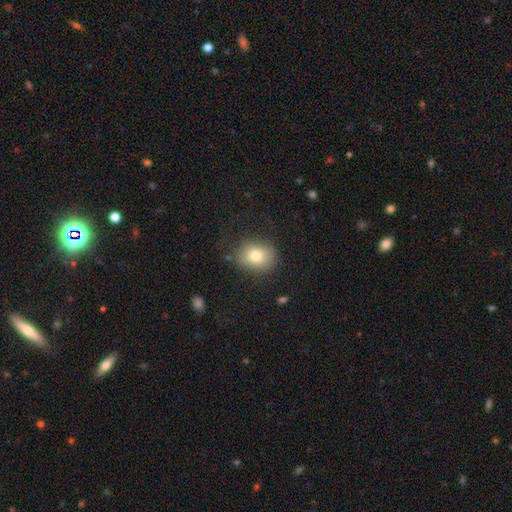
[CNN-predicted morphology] Overall: smooth (77%). How rounded: round (61%; in between 38%). Merging: none (77%).